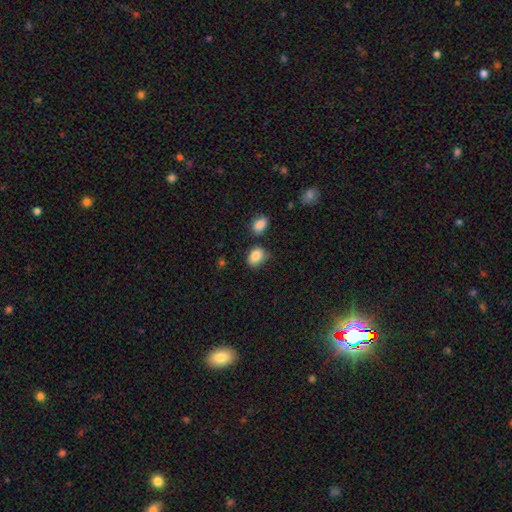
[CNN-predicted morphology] smooth-or-featured: smooth: 86% | star or artifact: 8% | featured or disk: 5%
  how-rounded: in between: 74% | round: 24% | cigar-shaped: 1%
  merging: none: 58% | minor disturbance: 27% | merger: 10% | major disturbance: 6%